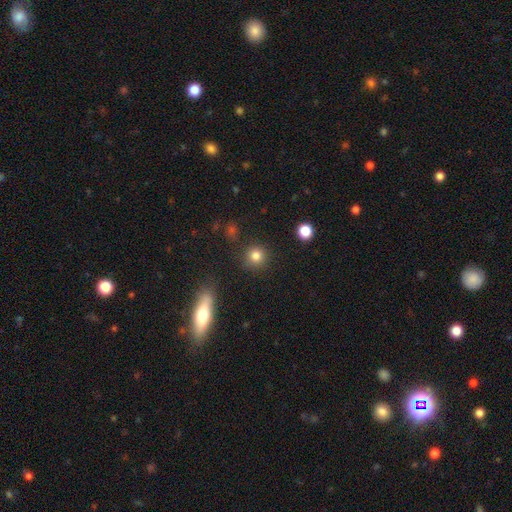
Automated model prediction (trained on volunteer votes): This appears to be a smooth galaxy with no disk features (82%) that is round (93%). Merging: none (88%).